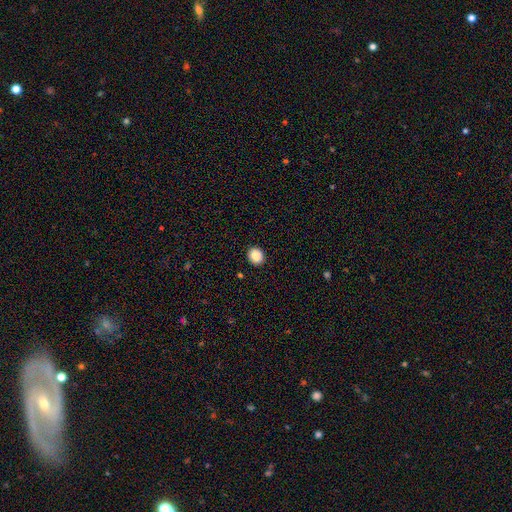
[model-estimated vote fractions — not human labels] Smooth or featured? smooth (89%)
How rounded? round (75%)
Merging? none (91%)